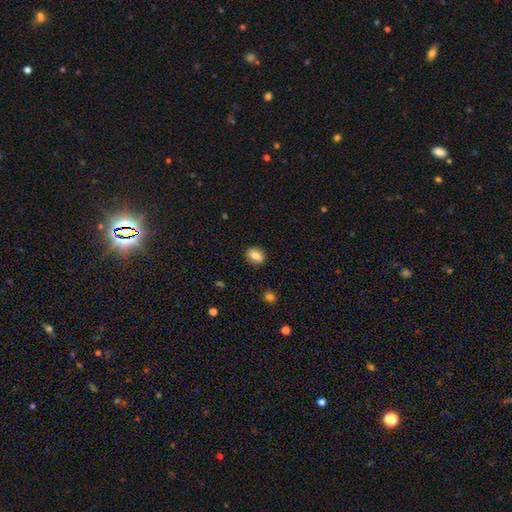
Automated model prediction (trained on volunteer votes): A smooth galaxy with no disk features (81%) that is in between round and cigar-shaped (73%).

Vote fractions:
- Smooth or featured? smooth: 81% / featured or disk: 10% / star or artifact: 8%
- How rounded? in between: 73% / round: 25% / cigar-shaped: 2%
- Merging? none: 88% / minor disturbance: 8% / major disturbance: 2% / merger: 1%